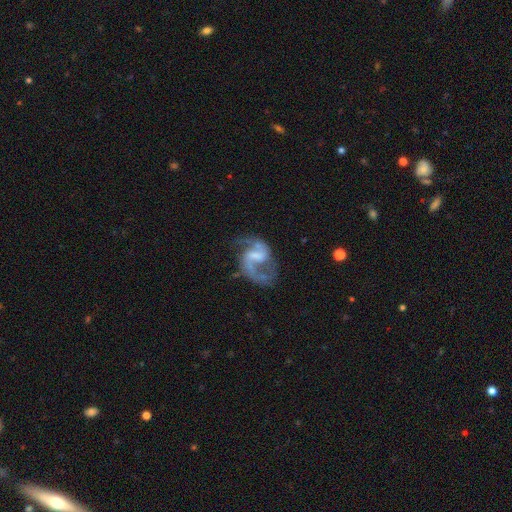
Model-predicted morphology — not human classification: Smooth or featured?
  - featured or disk: 88% *
  - smooth: 6%
  - star or artifact: 6%
Edge-on disk?
  - no: 98% *
  - yes: 2%
Bar?
  - weak: 54% *
  - strong: 28%
  - no: 18%
Spiral arms?
  - yes: 96% *
  - no: 4%
Spiral winding?
  - medium: 53% *
  - loose: 38%
  - tight: 9%
Spiral arm count?
  - 2: 90% *
  - 1: 4%
  - can't tell: 3%
  - 3: 1%
  - 4: 1%
  - more than 4: 1%
Bulge size?
  - none: 38% *
  - small: 29%
  - moderate: 25%
  - large: 7%
  - dominant: 1%
Merging?
  - none: 65% *
  - minor disturbance: 17%
  - major disturbance: 15%
  - merger: 3%